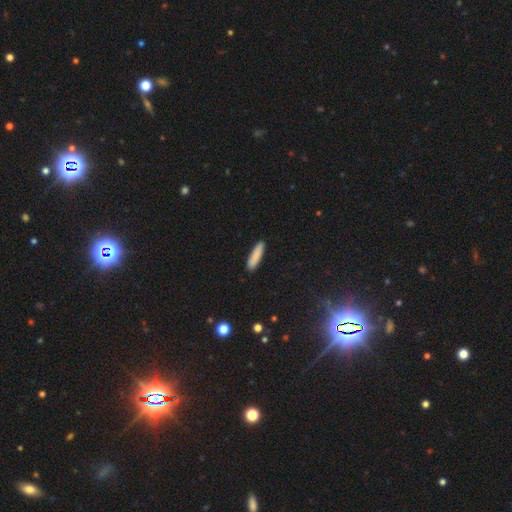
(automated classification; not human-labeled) Morphology: type=smooth (86%); roundness=cigar-shaped (77%); merging=none (89%).